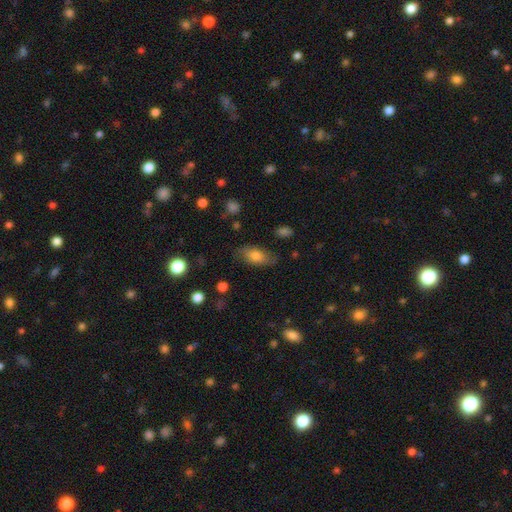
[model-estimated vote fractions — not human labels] smooth 74%, featured or disk 19%, star or artifact 8%. Down the decision tree: how rounded — in between (87%); merging — none (76%).